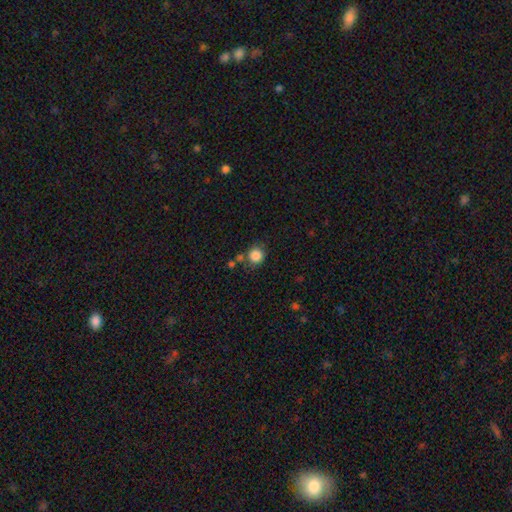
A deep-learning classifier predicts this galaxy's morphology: Q: Smooth or featured?
A: smooth (85%); runner-up: star or artifact (10%)
Q: How rounded?
A: round (87%); runner-up: in between (12%)
Q: Merging?
A: none (72%); runner-up: minor disturbance (14%)